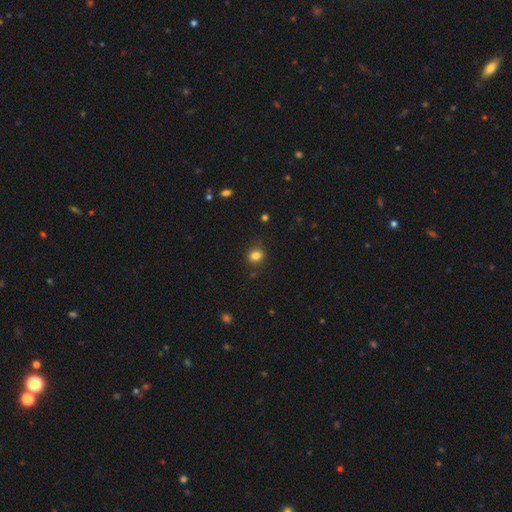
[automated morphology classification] smooth_or_featured: smooth (p=0.82) [alt: star or artifact p=0.12]
how_rounded: round (p=0.72) [alt: in between p=0.27]
merging: none (p=0.82) [alt: minor disturbance p=0.13]